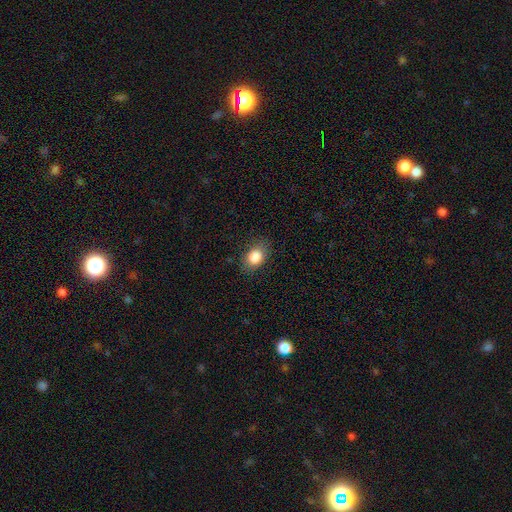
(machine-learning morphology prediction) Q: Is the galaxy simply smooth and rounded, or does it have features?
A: smooth — 86%.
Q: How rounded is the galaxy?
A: in between — 73%.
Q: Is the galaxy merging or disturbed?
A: none — 80%.